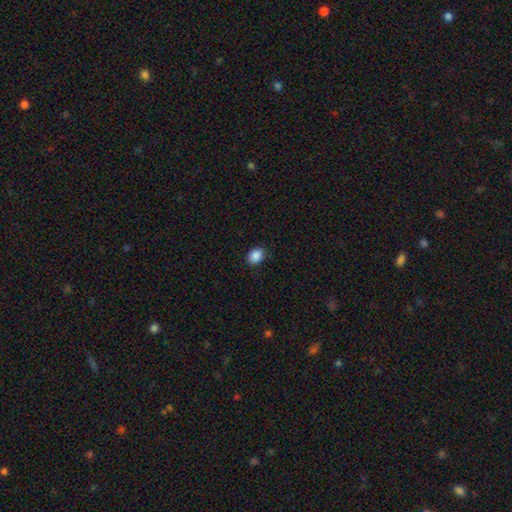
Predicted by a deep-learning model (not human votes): This is clearly a smooth galaxy (88%). How rounded: possibly round (50%). Merging: clearly none (88%).